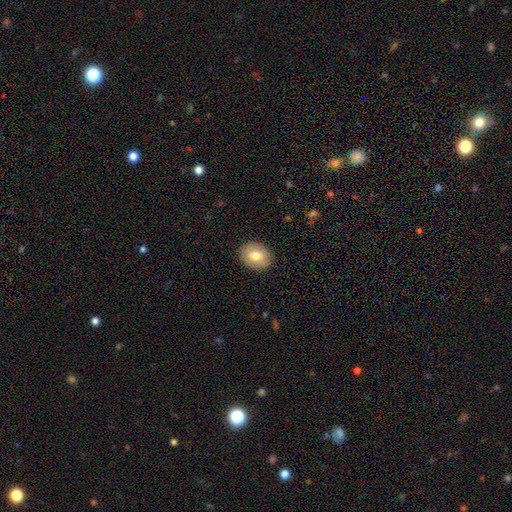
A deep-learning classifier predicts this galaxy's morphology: smooth-or-featured: smooth: 76% | featured or disk: 17% | star or artifact: 7%
  how-rounded: in between: 55% | round: 44% | cigar-shaped: 1%
  merging: none: 89% | minor disturbance: 8% | major disturbance: 2% | merger: 1%